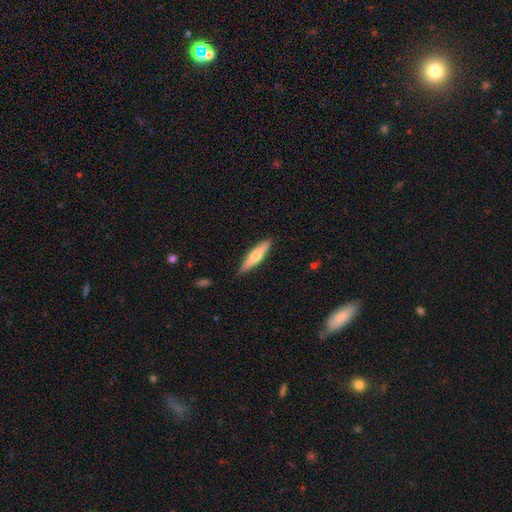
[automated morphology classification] smooth-or-featured: smooth: 61% | featured or disk: 33% | star or artifact: 5%
  how-rounded: cigar-shaped: 77% | in between: 22% | round: 2%
  merging: none: 87% | minor disturbance: 10% | major disturbance: 2% | merger: 1%